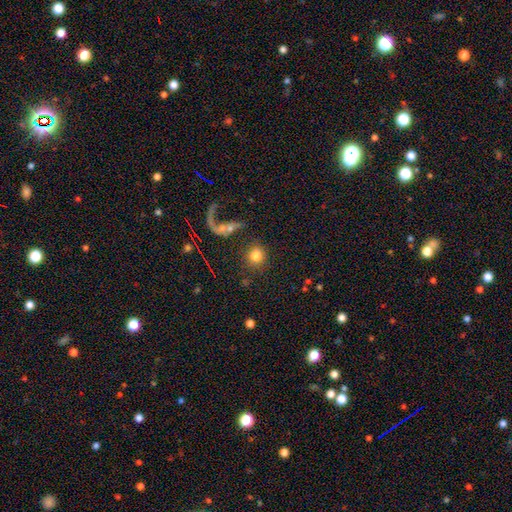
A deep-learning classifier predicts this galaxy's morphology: smooth_or_featured: smooth (p=0.77) [alt: featured or disk p=0.13]
how_rounded: round (p=0.88) [alt: in between p=0.10]
merging: none (p=0.75) [alt: merger p=0.10]